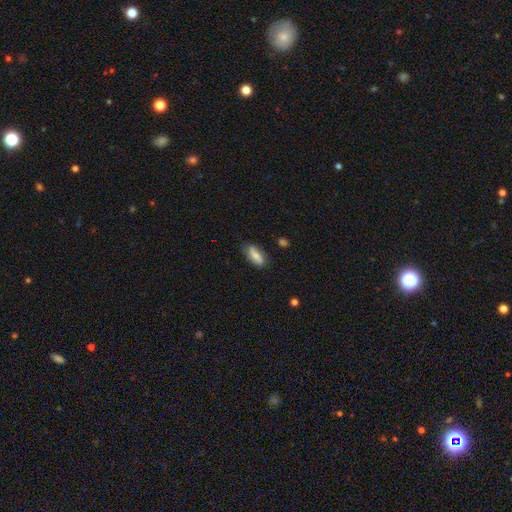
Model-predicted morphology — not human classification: smooth-or-featured: smooth: 58% | featured or disk: 35% | star or artifact: 7%
  how-rounded: in between: 77% | cigar-shaped: 19% | round: 4%
  merging: none: 76% | minor disturbance: 19% | major disturbance: 4% | merger: 2%